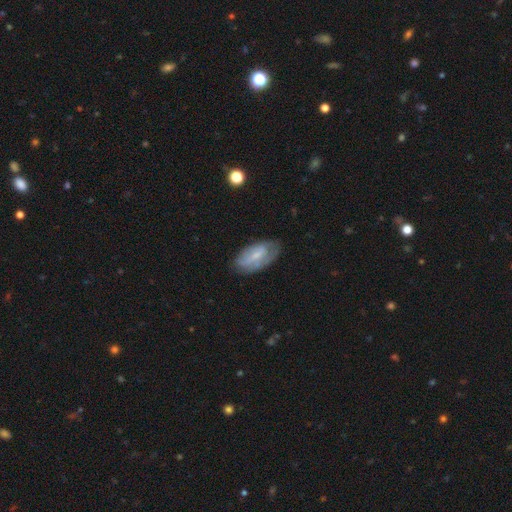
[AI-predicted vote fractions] The model was most divided on "smooth or featured": smooth: 49%, featured or disk: 44%, star or artifact: 7%. More confident: merging — none (65%).